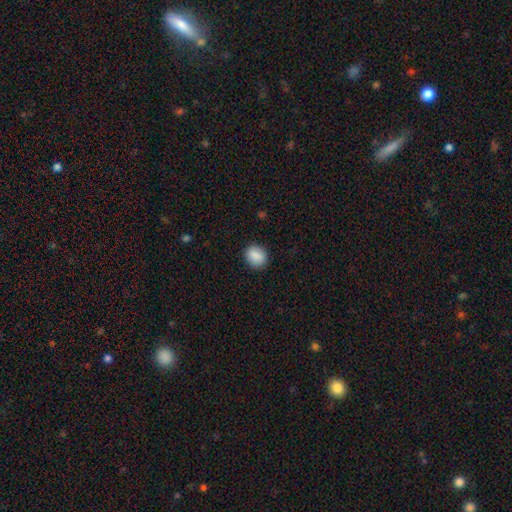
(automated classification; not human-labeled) Smooth or featured?
  - smooth: 88% *
  - star or artifact: 8%
  - featured or disk: 5%
How rounded?
  - round: 61% *
  - in between: 38%
  - cigar-shaped: 1%
Merging?
  - none: 88% *
  - minor disturbance: 9%
  - major disturbance: 2%
  - merger: 1%